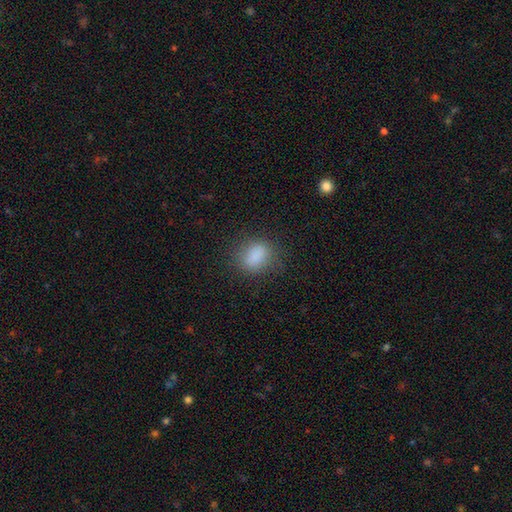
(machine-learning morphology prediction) Smooth or featured? Predicted: smooth (p=0.84). How rounded? Predicted: in between (p=0.61). Merging? Predicted: none (p=0.77).